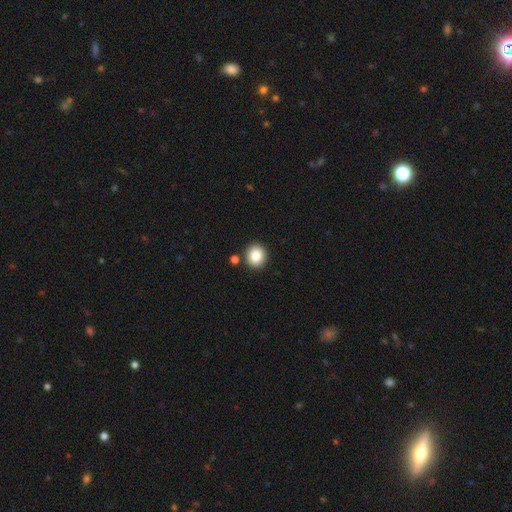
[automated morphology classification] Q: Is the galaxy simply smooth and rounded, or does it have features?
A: smooth — 85%.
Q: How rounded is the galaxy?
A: round — 85%.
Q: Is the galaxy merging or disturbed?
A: none — 87%.